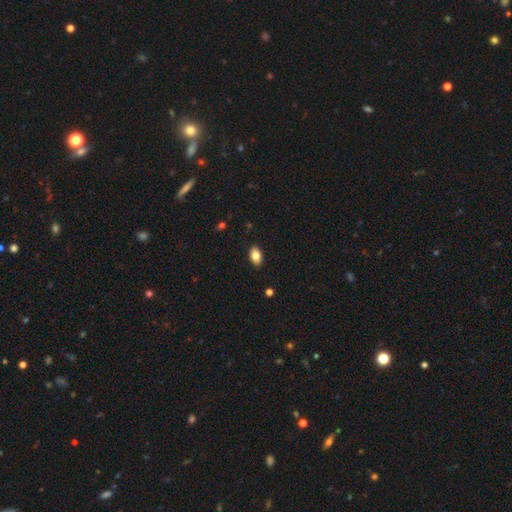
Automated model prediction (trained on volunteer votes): The model was most divided on "smooth or featured": smooth: 81%, featured or disk: 11%, star or artifact: 8%. More confident: how rounded — in between (90%); merging — none (88%).